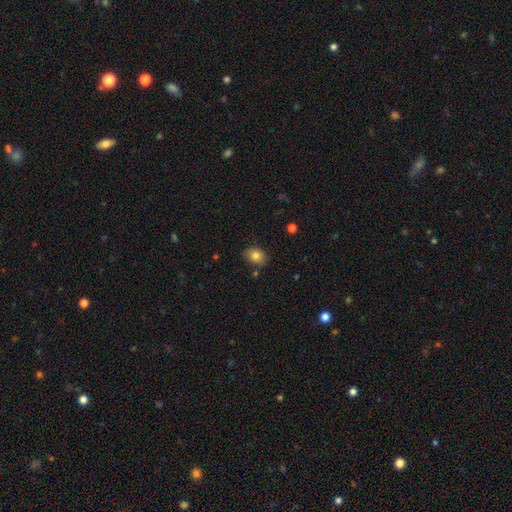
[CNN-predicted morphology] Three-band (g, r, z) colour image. It shows a smooth galaxy with no disk features (81%) that is in between round and cigar-shaped (66%). Merging: none (79%).